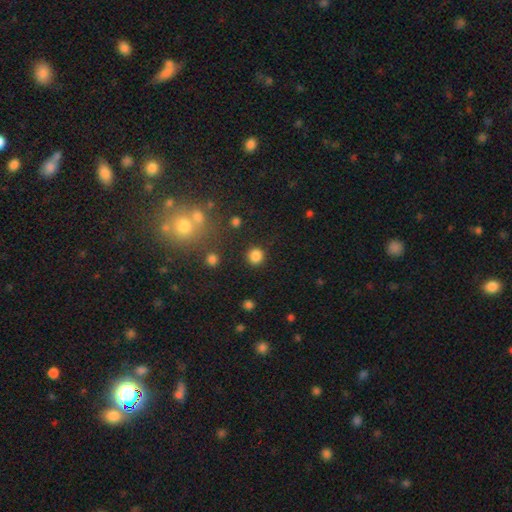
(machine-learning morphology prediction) smooth-or-featured: smooth: 84% | star or artifact: 12% | featured or disk: 4%
  how-rounded: round: 90% | in between: 9% | cigar-shaped: 1%
  merging: none: 88% | minor disturbance: 7% | major disturbance: 3% | merger: 2%